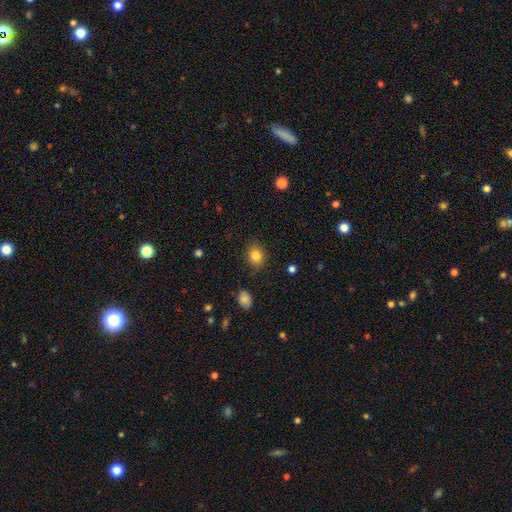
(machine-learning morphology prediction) A smooth galaxy with no disk features (83%) that is in between round and cigar-shaped (51%). Merging: none (83%).